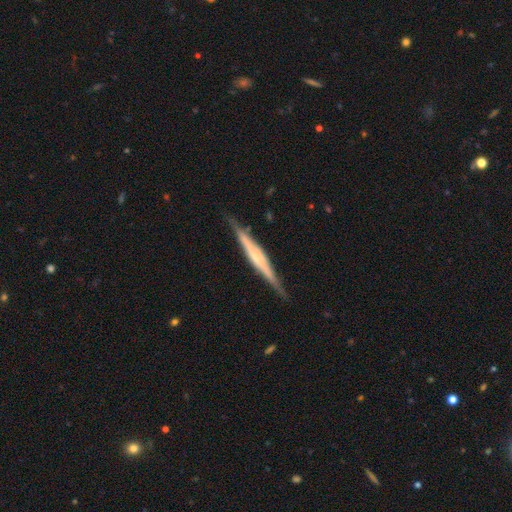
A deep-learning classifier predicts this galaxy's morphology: The model was most divided on "edge-on bulge": rounded: 49%, boxy: 26%, none: 25%. More confident: edge-on disk — yes (97%); merging — none (86%); smooth or featured — featured or disk (73%).